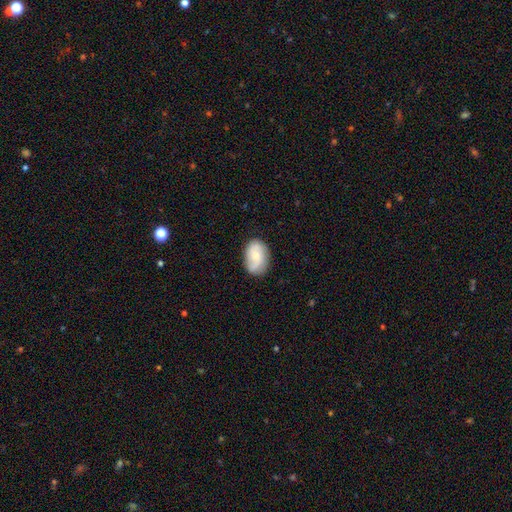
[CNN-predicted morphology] Smooth or featured?
  - smooth: 54% *
  - featured or disk: 39%
  - star or artifact: 7%
How rounded?
  - in between: 84% *
  - round: 15%
  - cigar-shaped: 1%
Merging?
  - none: 74% *
  - minor disturbance: 19%
  - major disturbance: 5%
  - merger: 1%